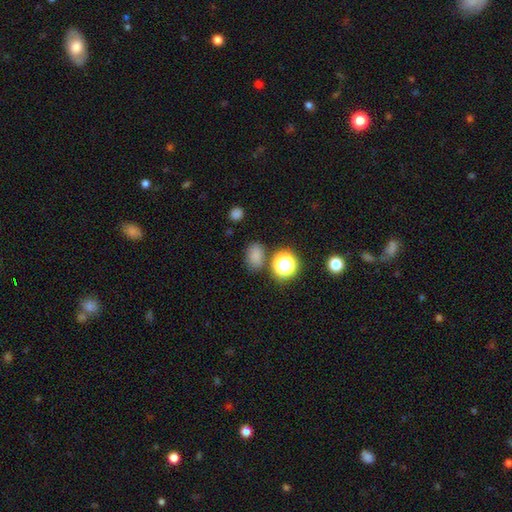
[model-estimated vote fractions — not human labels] Morphology: type=smooth (77%); roundness=in between (70%); merging=none (74%).